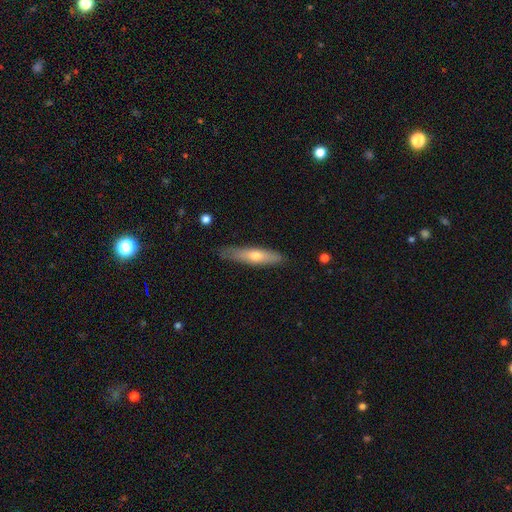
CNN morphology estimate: A smooth galaxy with no disk features (54%) that is cigar-shaped (81%).

Vote fractions:
- Smooth or featured? smooth: 54% / featured or disk: 40% / star or artifact: 6%
- How rounded? cigar-shaped: 81% / in between: 17% / round: 2%
- Merging? none: 80% / minor disturbance: 16% / major disturbance: 3% / merger: 1%